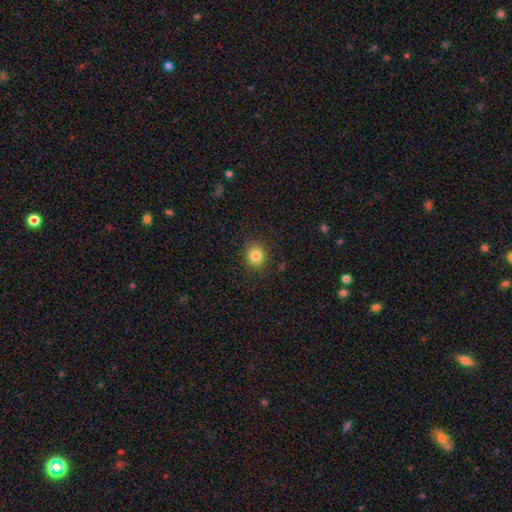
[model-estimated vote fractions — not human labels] Smooth or featured?
  - smooth: 83% *
  - star or artifact: 11%
  - featured or disk: 6%
How rounded?
  - round: 86% *
  - in between: 13%
  - cigar-shaped: 1%
Merging?
  - none: 89% *
  - minor disturbance: 8%
  - major disturbance: 3%
  - merger: 1%